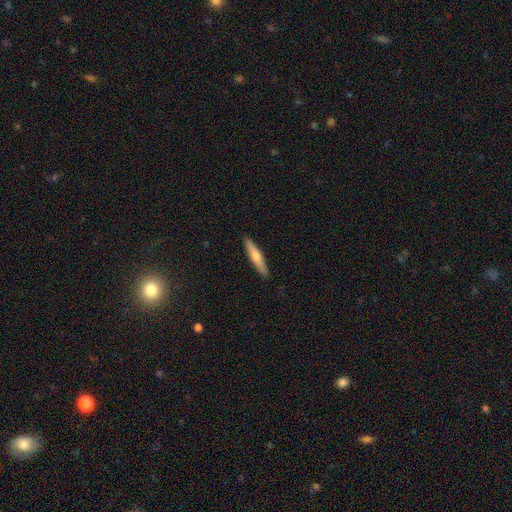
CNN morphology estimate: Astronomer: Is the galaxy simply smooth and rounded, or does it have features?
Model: smooth — 50% (runner-up: featured or disk, 44%).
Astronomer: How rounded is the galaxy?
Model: cigar-shaped — 89%.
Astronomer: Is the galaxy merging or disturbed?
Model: none — 91%.